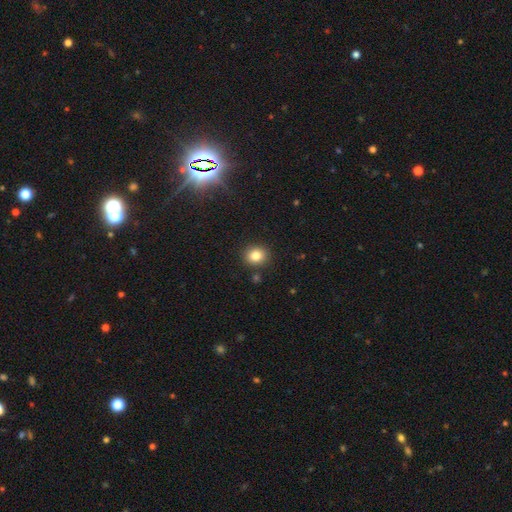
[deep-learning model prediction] This appears to be a smooth galaxy with no disk features (83%) that is round (75%). Merging: none (88%).